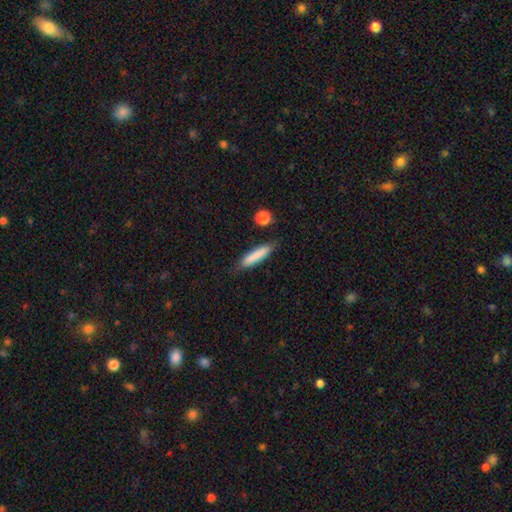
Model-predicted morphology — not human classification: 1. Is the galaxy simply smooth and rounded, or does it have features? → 82% smooth, 12% featured or disk, 6% star or artifact.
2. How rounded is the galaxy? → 83% cigar-shaped, 16% in between, 2% round.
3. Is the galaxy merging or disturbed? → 80% none, 14% minor disturbance, 3% major disturbance, 3% merger.